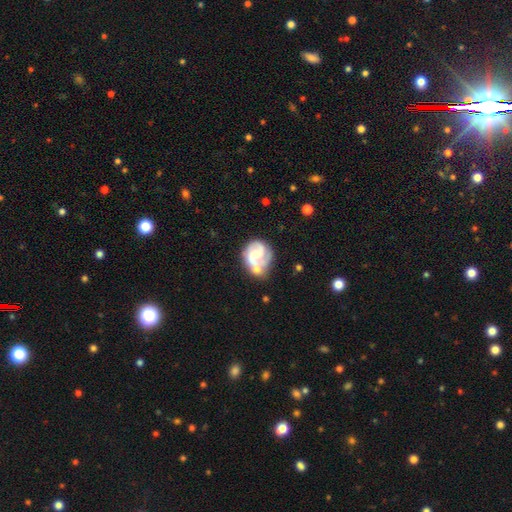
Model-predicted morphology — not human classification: Smooth or featured? featured or disk (78%)
Edge-on disk? no (98%)
Bar? no (54%)
Spiral arms? yes (91%)
Spiral winding? medium (47%)
Spiral arm count? 2 (63%)
Bulge size? moderate (50%)
Merging? none (40%)